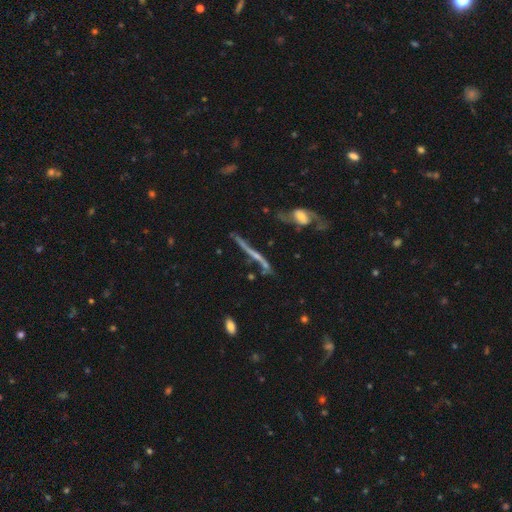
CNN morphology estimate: Smooth or featured: featured or disk — 73% (smooth — 16%)
Edge-on disk: yes — 80% (no — 20%)
Edge-on bulge: none — 50% (rounded — 40%)
Merging: none — 59% (minor disturbance — 19%)